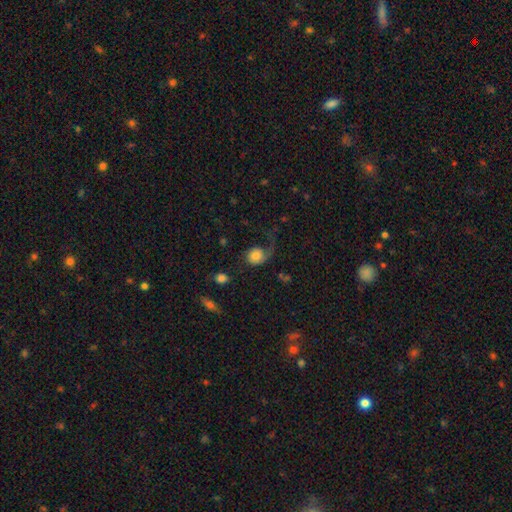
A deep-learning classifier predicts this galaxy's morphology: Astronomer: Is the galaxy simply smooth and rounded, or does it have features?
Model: smooth — 53% (runner-up: featured or disk, 38%).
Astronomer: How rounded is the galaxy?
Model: round — 70%.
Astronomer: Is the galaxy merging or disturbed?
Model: major disturbance — 47% (runner-up: none, 32%).